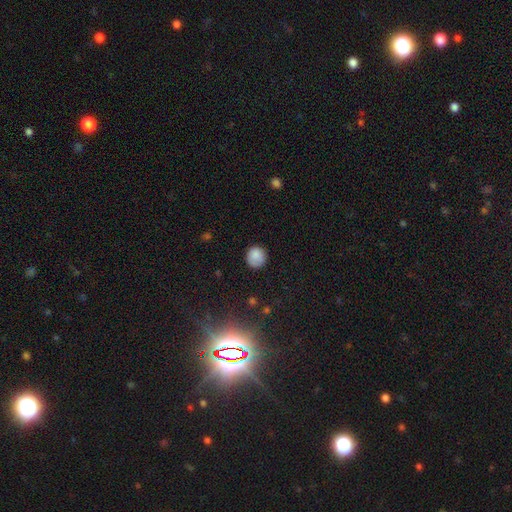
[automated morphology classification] smooth-or-featured: smooth: 86% | star or artifact: 9% | featured or disk: 5%
  how-rounded: round: 89% | in between: 10% | cigar-shaped: 1%
  merging: none: 81% | minor disturbance: 15% | major disturbance: 3% | merger: 1%